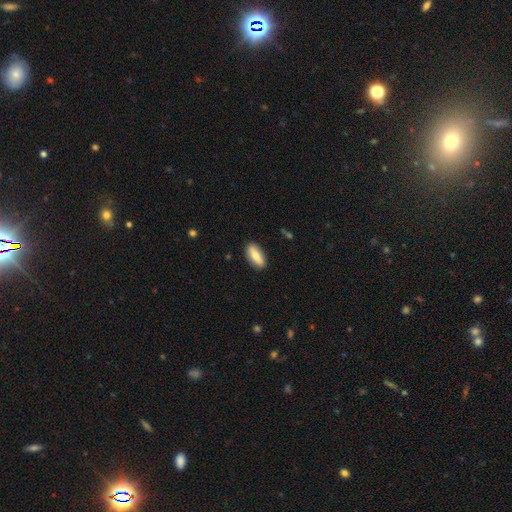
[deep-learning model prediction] The model was most divided on "smooth or featured": smooth: 69%, featured or disk: 25%, star or artifact: 6%. More confident: merging — none (87%); how rounded — in between (78%).